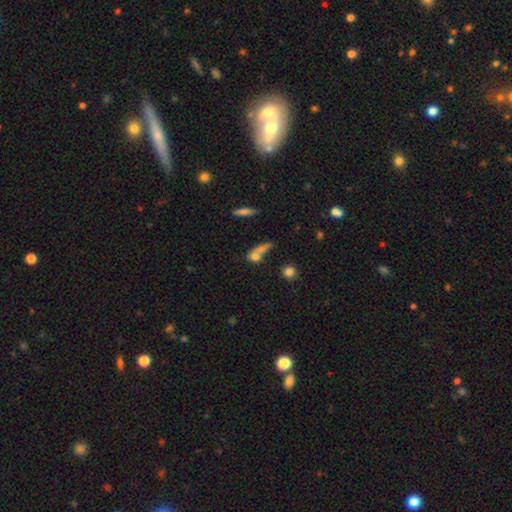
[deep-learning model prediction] Smooth or featured?
  - smooth: 69% *
  - featured or disk: 18%
  - star or artifact: 13%
How rounded?
  - in between: 39% *
  - round: 36%
  - cigar-shaped: 26%
Merging?
  - none: 39% *
  - merger: 38%
  - minor disturbance: 13%
  - major disturbance: 10%